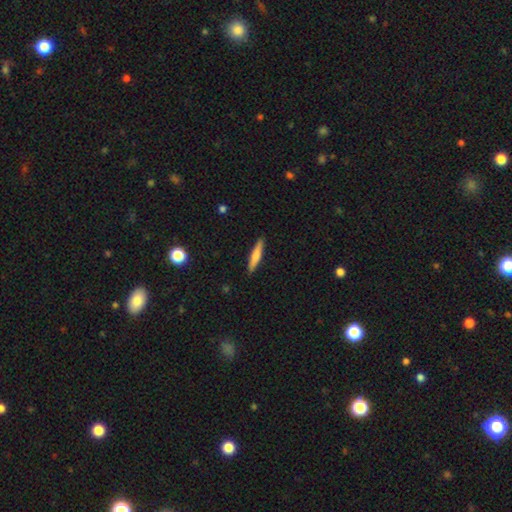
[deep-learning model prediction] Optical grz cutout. It shows a smooth galaxy with no disk features (64%) that is cigar-shaped (91%). Merging: none (90%).